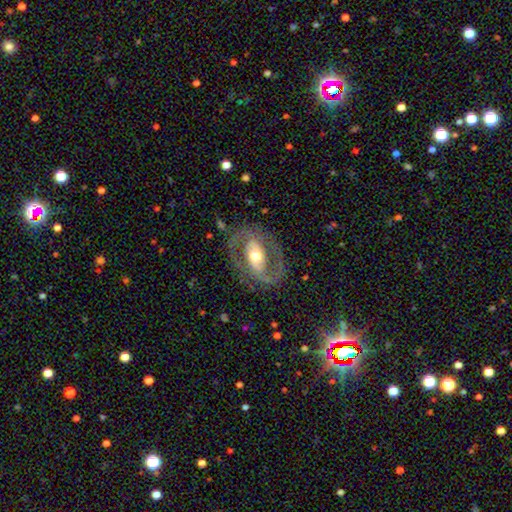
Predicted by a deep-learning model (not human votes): featured or disk 82%, smooth 14%, star or artifact 5%. Down the decision tree: edge-on disk — no (95%); bar — no (35%, tied with weak); spiral arms — yes (79%); spiral arm count — 2 (87%); spiral winding — medium (51%); bulge size — moderate (70%); merging — none (78%).